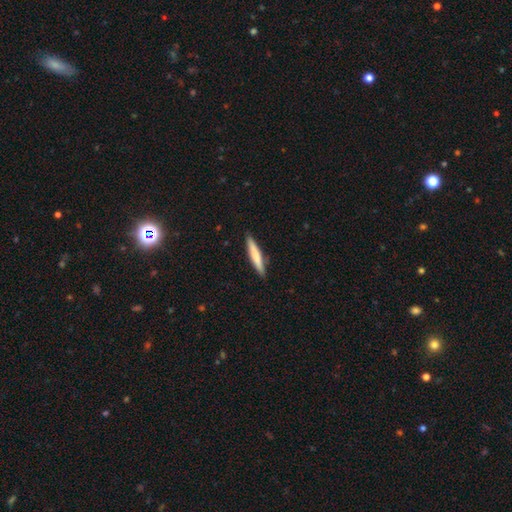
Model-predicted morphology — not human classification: smooth 70%, featured or disk 25%, star or artifact 5%. Down the decision tree: how rounded — cigar-shaped (92%); merging — none (89%).